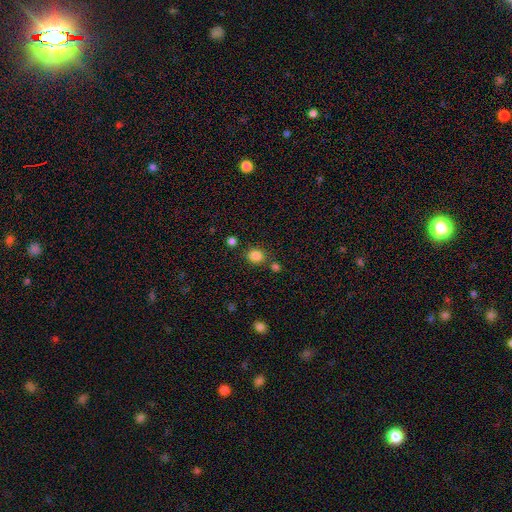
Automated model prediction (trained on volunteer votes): A smooth galaxy with no disk features (84%) that is round (71%). Merging: none (79%).